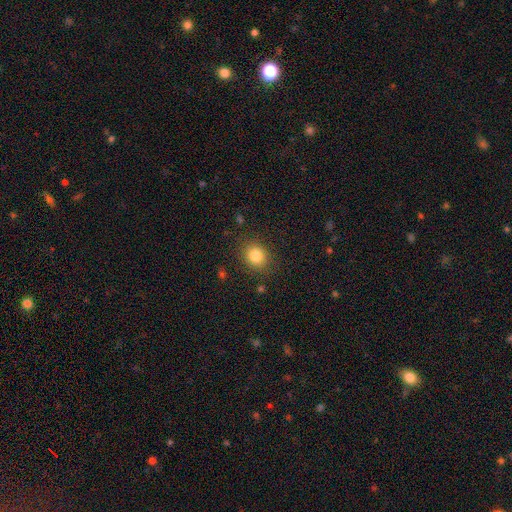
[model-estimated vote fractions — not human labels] Q: Smooth or featured?
A: smooth (82%); runner-up: star or artifact (11%)
Q: How rounded?
A: round (74%); runner-up: in between (25%)
Q: Merging?
A: none (87%); runner-up: minor disturbance (9%)